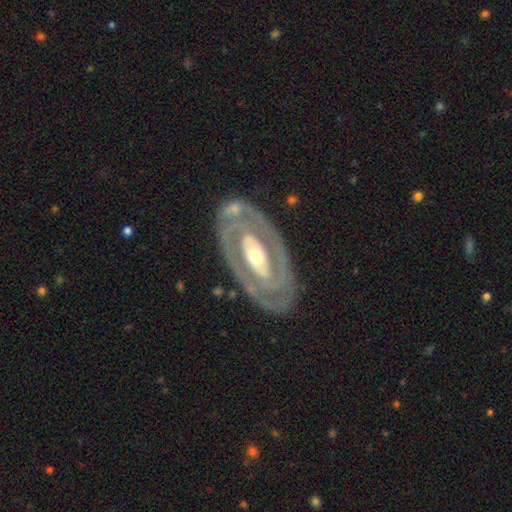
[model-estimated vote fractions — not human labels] Smooth or featured? Predicted: featured or disk (p=0.83). Edge-on disk? Predicted: no (p=0.93). Bar? Predicted: no (p=0.52). Spiral arms? Predicted: yes (p=0.62). Bulge size? Predicted: moderate (p=0.65). Merging? Predicted: none (p=0.79).